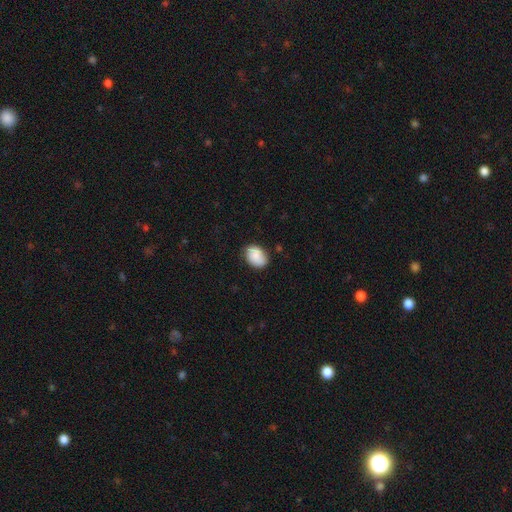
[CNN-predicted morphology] Overall: smooth (79%). How rounded: in between (74%). Merging: none (75%).